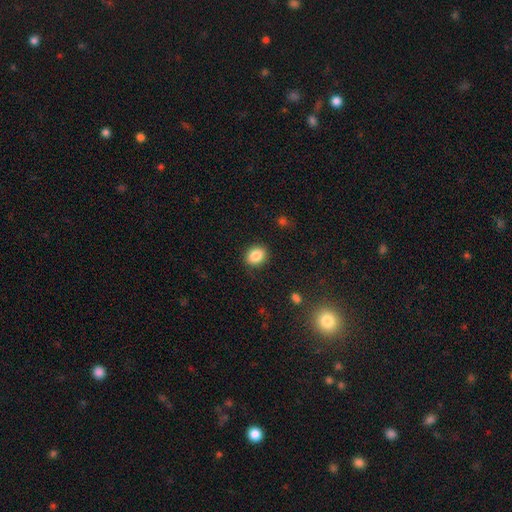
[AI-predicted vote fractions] smooth_or_featured: smooth (p=0.86) [alt: star or artifact p=0.09]
how_rounded: in between (p=0.50) [alt: round p=0.49]
merging: none (p=0.87) [alt: minor disturbance p=0.09]